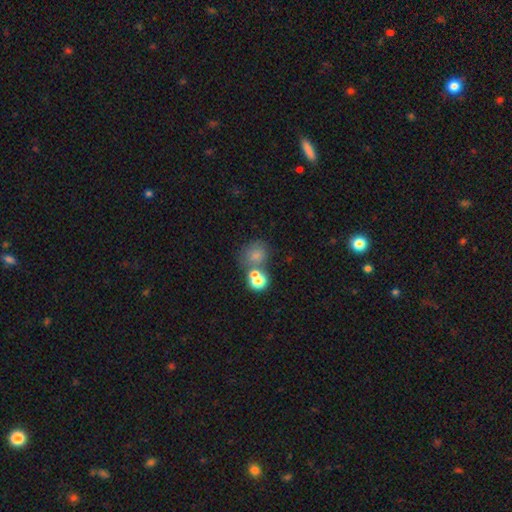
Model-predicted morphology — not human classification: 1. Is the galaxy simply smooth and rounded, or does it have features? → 67% smooth, 16% star or artifact, 16% featured or disk.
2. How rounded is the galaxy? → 69% round, 30% in between, 1% cigar-shaped.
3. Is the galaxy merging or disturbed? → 44% none, 34% merger, 13% minor disturbance, 9% major disturbance.